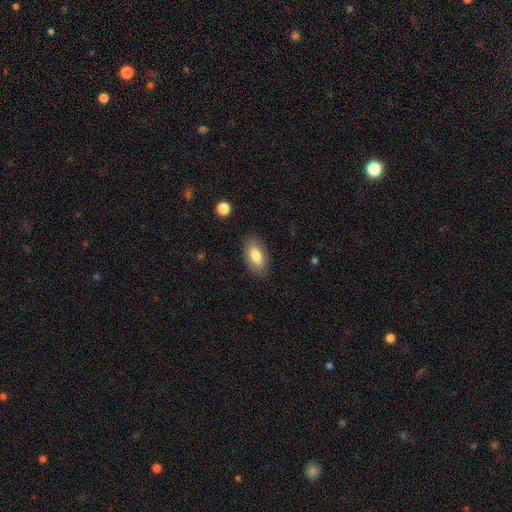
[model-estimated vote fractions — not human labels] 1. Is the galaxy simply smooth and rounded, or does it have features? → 79% smooth, 14% featured or disk, 7% star or artifact.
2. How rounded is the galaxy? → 91% in between, 5% cigar-shaped, 3% round.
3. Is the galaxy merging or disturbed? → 85% none, 11% minor disturbance, 3% major disturbance, 1% merger.